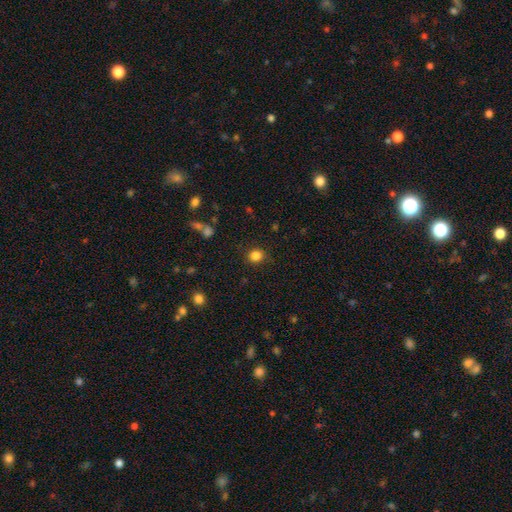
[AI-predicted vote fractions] smooth_or_featured: smooth (p=0.83) [alt: star or artifact p=0.12]
how_rounded: round (p=0.84) [alt: in between p=0.15]
merging: none (p=0.87) [alt: minor disturbance p=0.08]